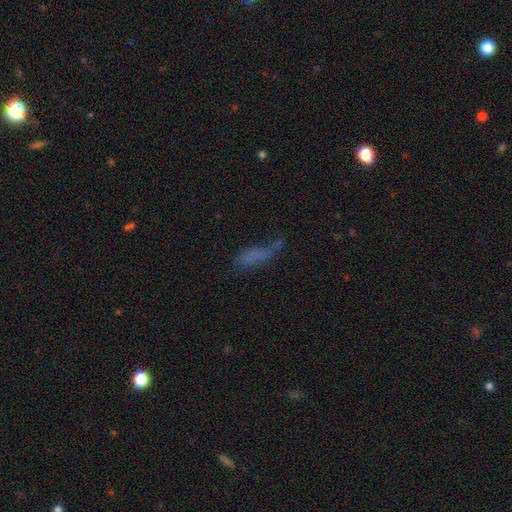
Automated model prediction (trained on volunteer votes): Smooth or featured? smooth (59%)
How rounded? cigar-shaped (49%)
Merging? none (39%)